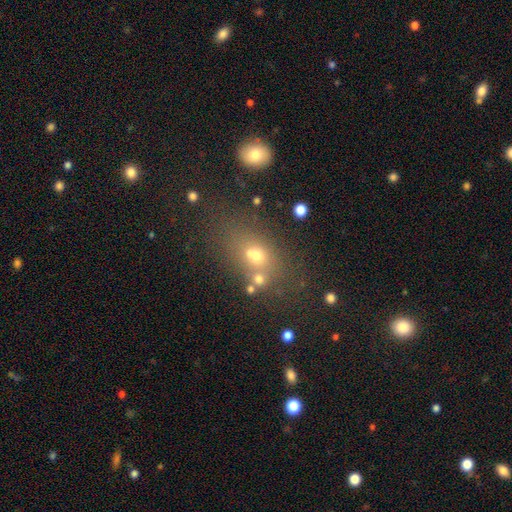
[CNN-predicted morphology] Overall: smooth (60%; star or artifact 23%). How rounded: in between (60%; round 37%). Merging: none (55%; merger 24%).